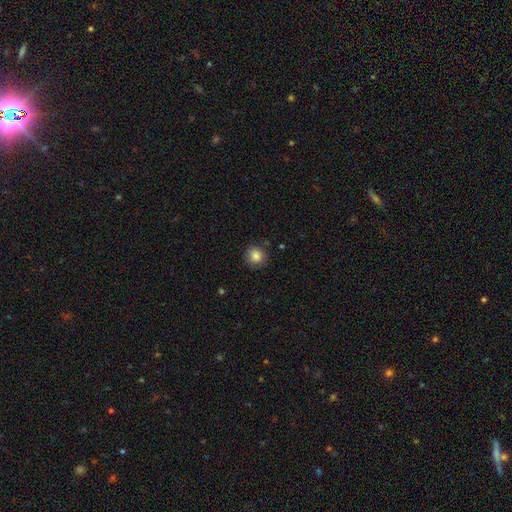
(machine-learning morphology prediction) Q: Smooth or featured?
A: smooth (85%); runner-up: star or artifact (10%)
Q: How rounded?
A: round (91%); runner-up: in between (8%)
Q: Merging?
A: none (87%); runner-up: minor disturbance (9%)